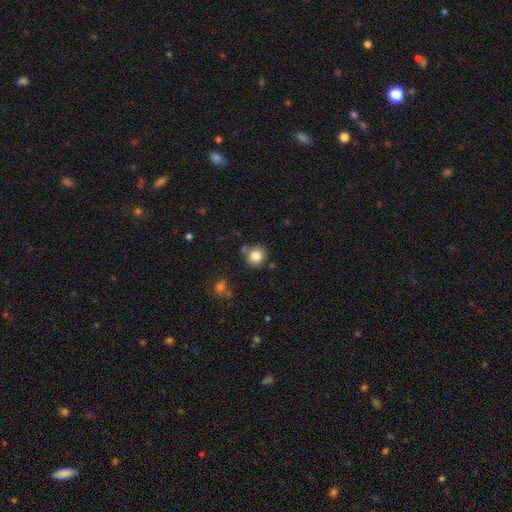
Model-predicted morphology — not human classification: Smooth or featured? smooth (82%)
How rounded? round (85%)
Merging? none (76%)